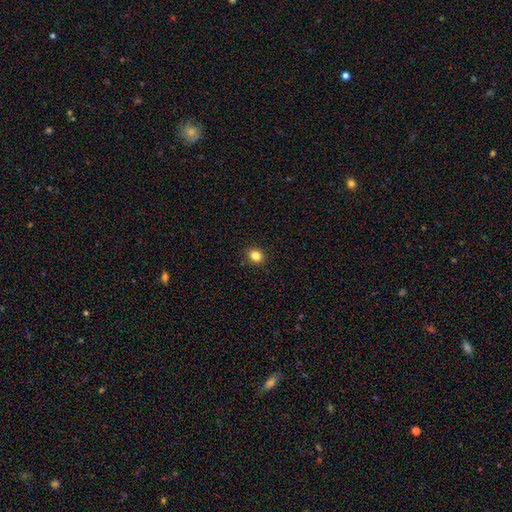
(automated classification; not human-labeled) smooth 83%, star or artifact 12%, featured or disk 5%. Down the decision tree: how rounded — round (66%); merging — none (90%).